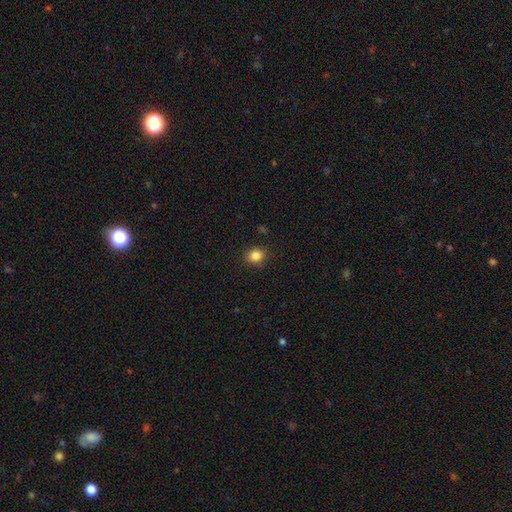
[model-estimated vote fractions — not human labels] The model was most divided on "how rounded": round: 79%, in between: 20%, cigar-shaped: 1%. More confident: merging — none (89%); smooth or featured — smooth (85%).